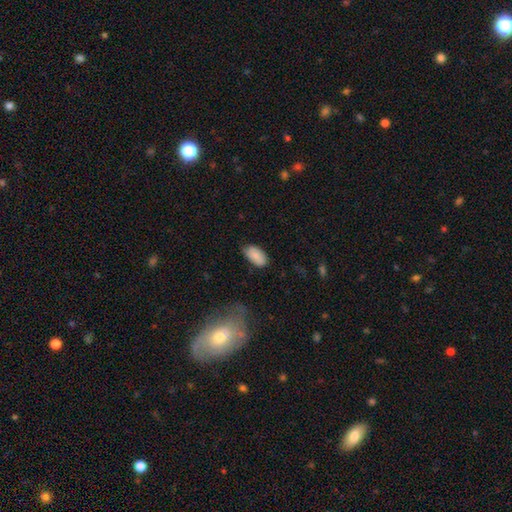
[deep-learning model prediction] smooth-or-featured: smooth: 86% | star or artifact: 7% | featured or disk: 7%
  how-rounded: in between: 95% | round: 3% | cigar-shaped: 3%
  merging: none: 72% | minor disturbance: 22% | major disturbance: 4% | merger: 2%